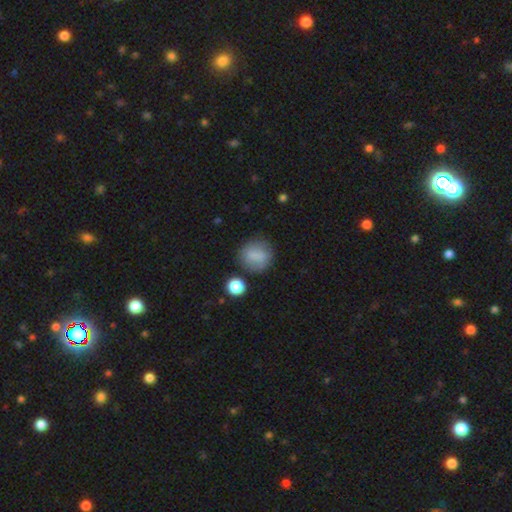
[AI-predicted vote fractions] smooth 74%, featured or disk 16%, star or artifact 10%. Down the decision tree: how rounded — round (78%); merging — none (72%).